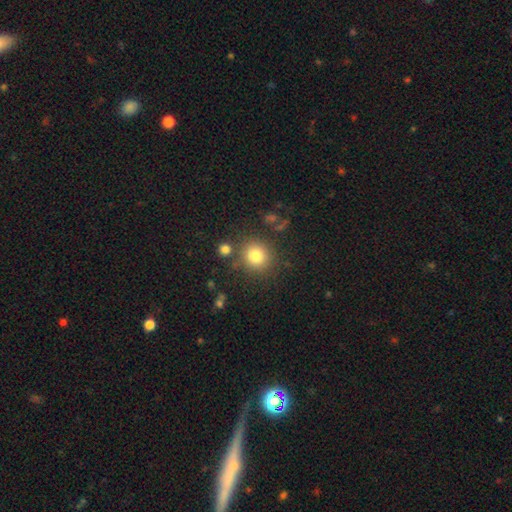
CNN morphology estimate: Q: Smooth or featured?
A: smooth (81%); runner-up: star or artifact (12%)
Q: How rounded?
A: round (90%); runner-up: in between (9%)
Q: Merging?
A: none (82%); runner-up: minor disturbance (9%)